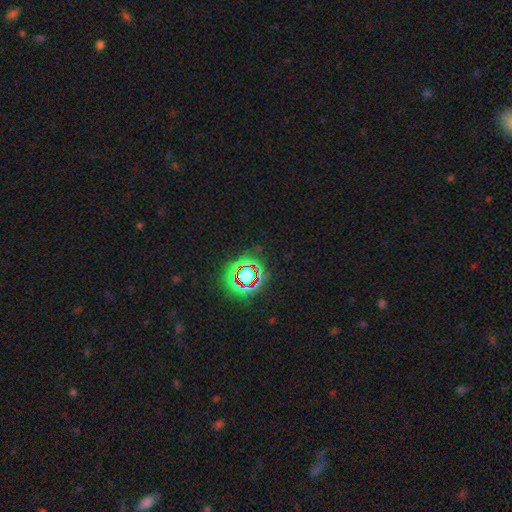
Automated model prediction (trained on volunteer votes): smooth-or-featured: star or artifact: 70% | smooth: 18% | featured or disk: 12%